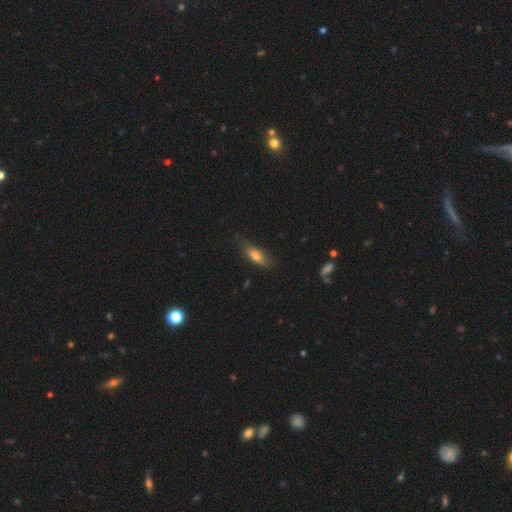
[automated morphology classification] smooth_or_featured: smooth (p=0.73) [alt: featured or disk p=0.20]
how_rounded: in between (p=0.63) [alt: cigar-shaped p=0.34]
merging: none (p=0.72) [alt: minor disturbance p=0.22]